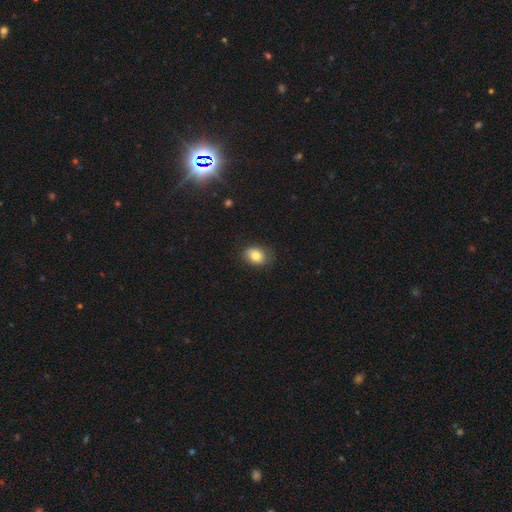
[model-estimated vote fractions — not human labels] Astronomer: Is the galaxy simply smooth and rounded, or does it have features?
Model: smooth — 81%.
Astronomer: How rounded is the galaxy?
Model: in between — 69%.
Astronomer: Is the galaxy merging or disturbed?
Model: none — 78%.